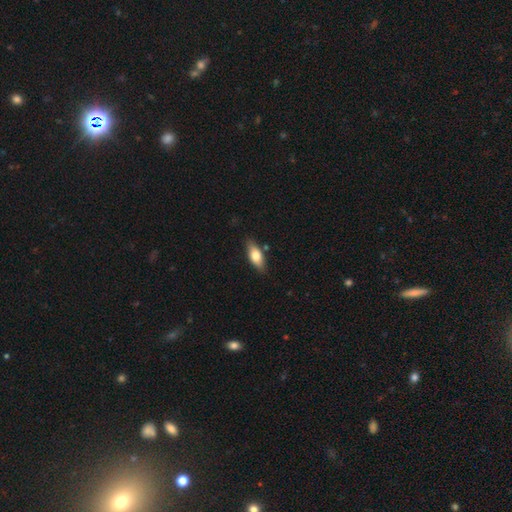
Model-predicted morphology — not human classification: The model was most divided on "smooth or featured": smooth: 71%, featured or disk: 23%, star or artifact: 6%. More confident: merging — none (81%); how rounded — in between (79%).